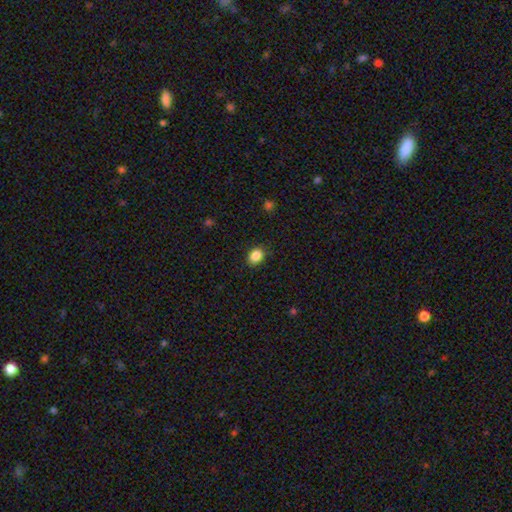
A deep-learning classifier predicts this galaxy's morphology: type=smooth (87%); roundness=in between (63%); merging=none (88%).